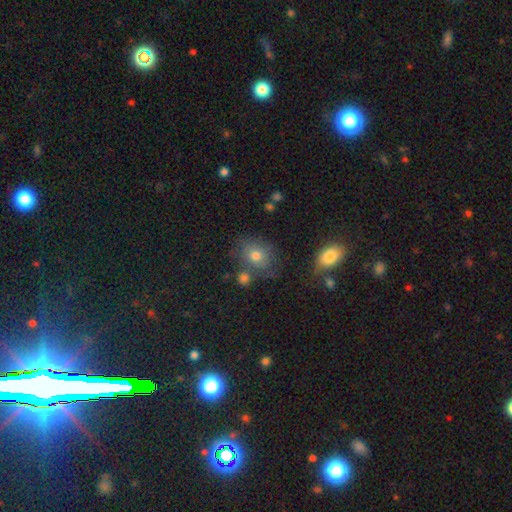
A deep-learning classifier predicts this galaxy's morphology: Smooth or featured? Predicted: smooth (p=0.71). How rounded? Predicted: round (p=0.59). Merging? Predicted: none (p=0.61).